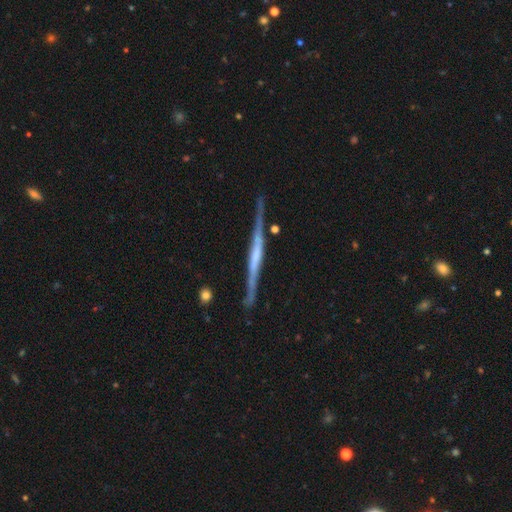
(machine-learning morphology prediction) smooth_or_featured: featured or disk (p=0.78) [alt: smooth p=0.17]
disk_edge_on: yes (p=0.97) [alt: no p=0.03]
edge_on_bulge: none (p=0.43) [alt: boxy p=0.33]
merging: none (p=0.80) [alt: minor disturbance p=0.14]